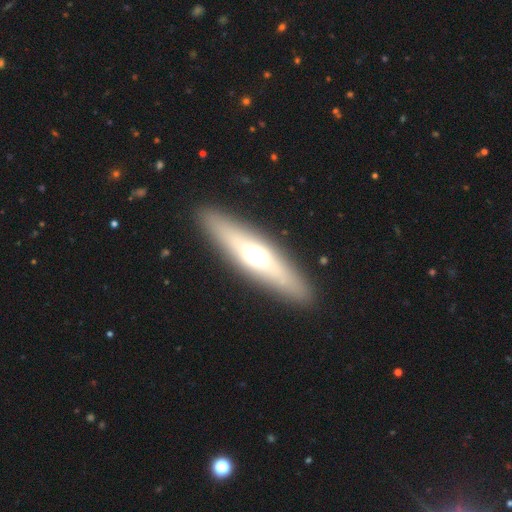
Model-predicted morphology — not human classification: Smooth or featured? Predicted: featured or disk (p=0.50). Merging? Predicted: none (p=0.91).